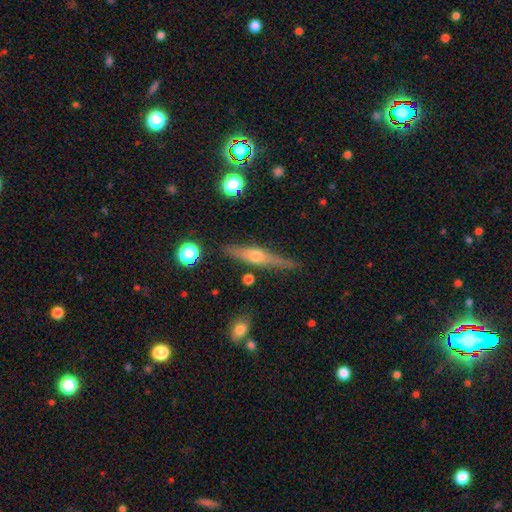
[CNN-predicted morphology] Smooth or featured: featured or disk — 66% (smooth — 27%)
Edge-on disk: yes — 95% (no — 5%)
Edge-on bulge: rounded — 90% (boxy — 5%)
Merging: none — 83% (minor disturbance — 12%)